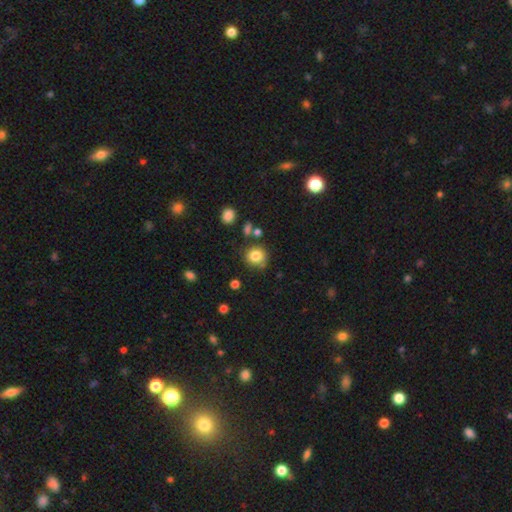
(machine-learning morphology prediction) smooth 82%, star or artifact 11%, featured or disk 6%. Down the decision tree: how rounded — round (85%); merging — none (73%).